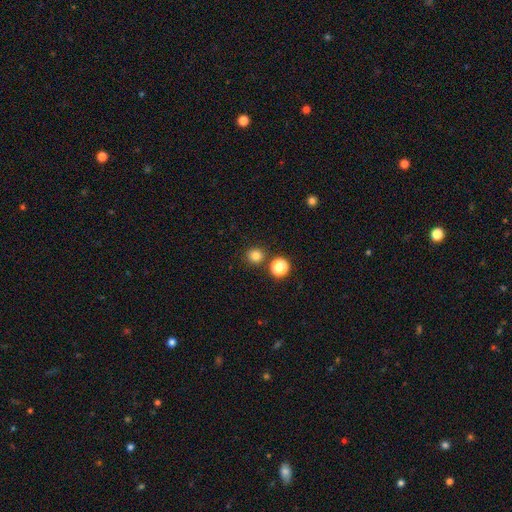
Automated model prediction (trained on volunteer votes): The model was most divided on "smooth or featured": smooth: 81%, star or artifact: 15%, featured or disk: 5%. More confident: how rounded — round (93%); merging — none (83%).